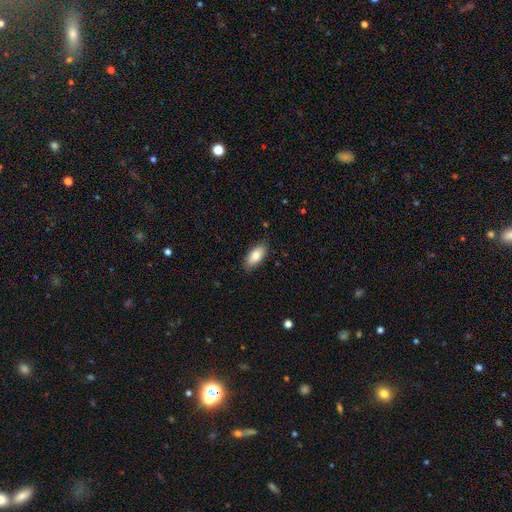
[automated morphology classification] type=smooth (84%); roundness=in between (90%); merging=none (85%).